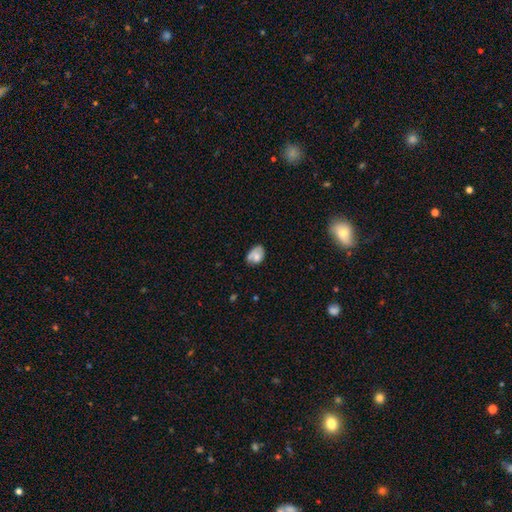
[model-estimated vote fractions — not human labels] smooth-or-featured: smooth: 67% | featured or disk: 24% | star or artifact: 9%
  how-rounded: in between: 77% | round: 22% | cigar-shaped: 1%
  merging: none: 43% | minor disturbance: 34% | major disturbance: 13% | merger: 10%